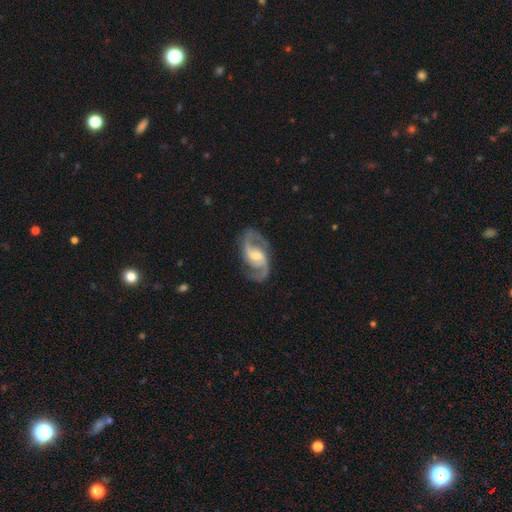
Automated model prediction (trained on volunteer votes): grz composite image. It shows a featured or disk galaxy (92%) with a weak bar (51%), 2 (93%) medium (59%) spiral arms (98%) and a moderate central bulge (51%). Merging: none (82%).